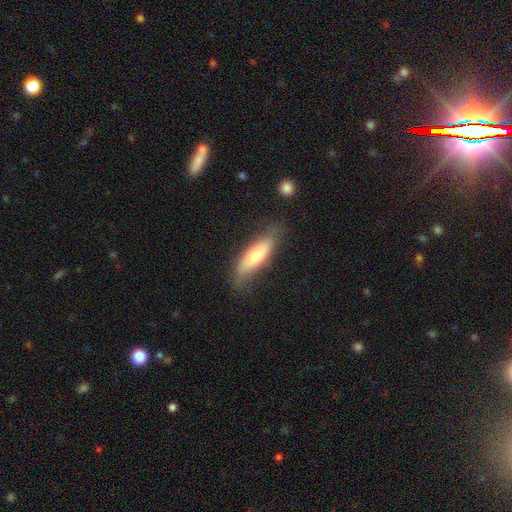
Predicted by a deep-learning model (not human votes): Smooth or featured? Predicted: smooth (p=0.61). How rounded? Predicted: cigar-shaped (p=0.55). Merging? Predicted: none (p=0.68).